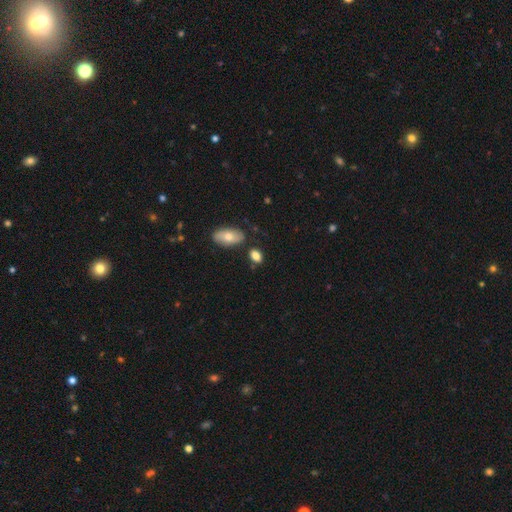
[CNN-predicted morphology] smooth 82%, featured or disk 9%, star or artifact 9%. Down the decision tree: how rounded — in between (85%); merging — none (75%).